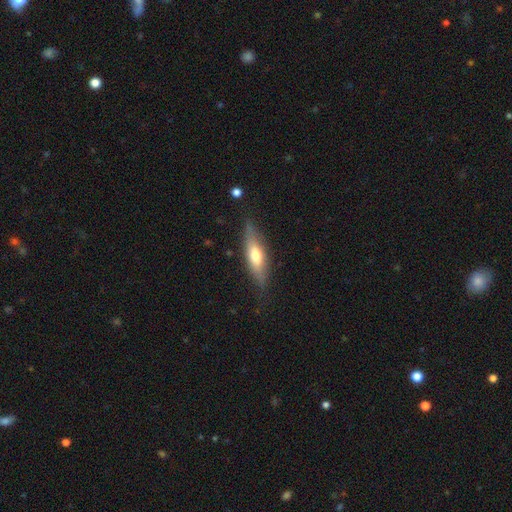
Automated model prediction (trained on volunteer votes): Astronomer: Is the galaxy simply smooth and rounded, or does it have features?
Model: smooth — 52% (runner-up: featured or disk, 42%).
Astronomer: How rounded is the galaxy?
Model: cigar-shaped — 59% (runner-up: in between, 39%).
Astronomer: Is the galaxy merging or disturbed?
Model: none — 77%.